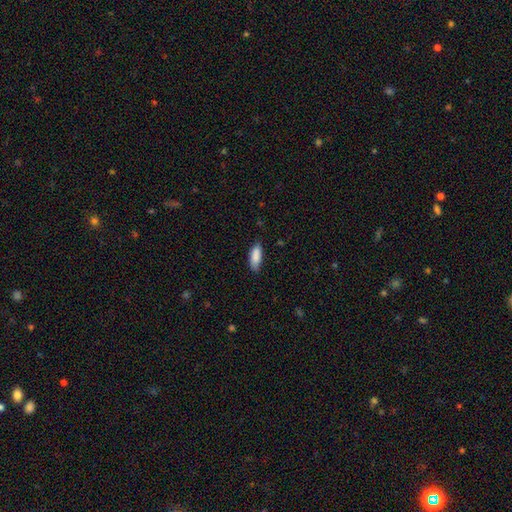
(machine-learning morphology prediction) Smooth or featured: smooth — 88% (star or artifact — 6%)
How rounded: in between — 73% (cigar-shaped — 26%)
Merging: none — 77% (minor disturbance — 19%)